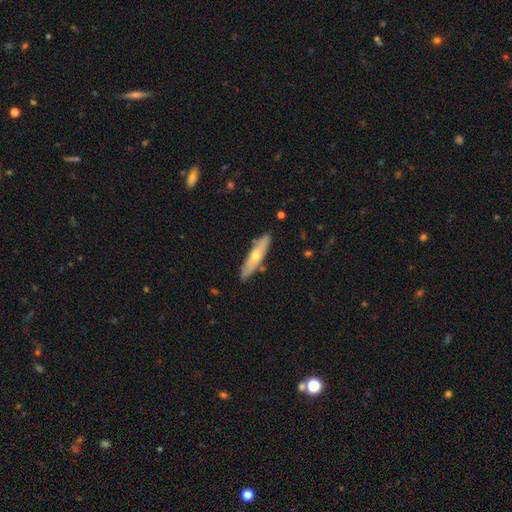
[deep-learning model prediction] Smooth or featured: smooth — 47% (tied with featured or disk — 47%)
Merging: none — 84% (minor disturbance — 11%)